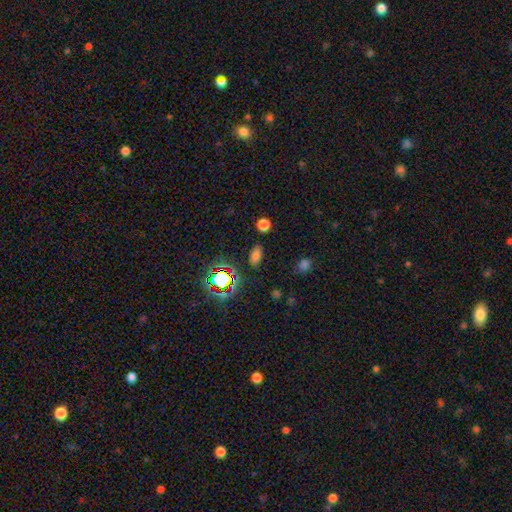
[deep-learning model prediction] Smooth or featured? smooth (71%)
How rounded? in between (87%)
Merging? none (83%)